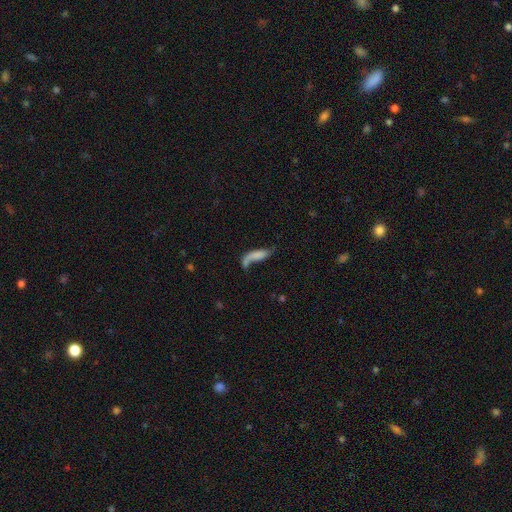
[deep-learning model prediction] A smooth galaxy with no disk features (59%) that is in between round and cigar-shaped (48%, tied with cigar-shaped).

Vote fractions:
- Smooth or featured? smooth: 59% / featured or disk: 32% / star or artifact: 10%
- How rounded? in between: 48% (tied) / cigar-shaped: 48% (tied) / round: 4%
- Merging? none: 34% / major disturbance: 28% / minor disturbance: 20% / merger: 18%